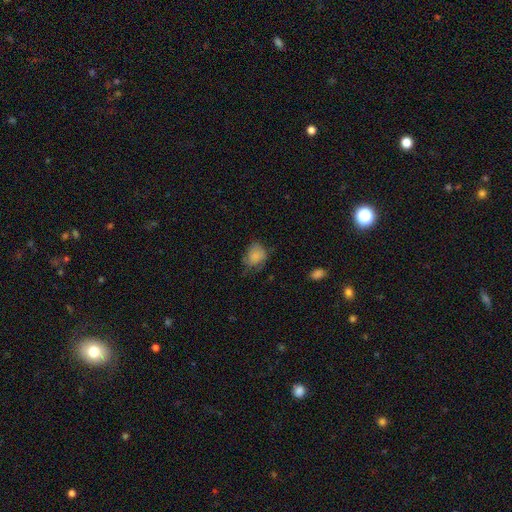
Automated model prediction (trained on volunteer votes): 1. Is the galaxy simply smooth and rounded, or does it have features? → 76% smooth, 16% featured or disk, 9% star or artifact.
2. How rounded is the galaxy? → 52% in between, 47% round, 1% cigar-shaped.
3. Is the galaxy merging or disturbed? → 47% none, 33% minor disturbance, 18% major disturbance, 2% merger.